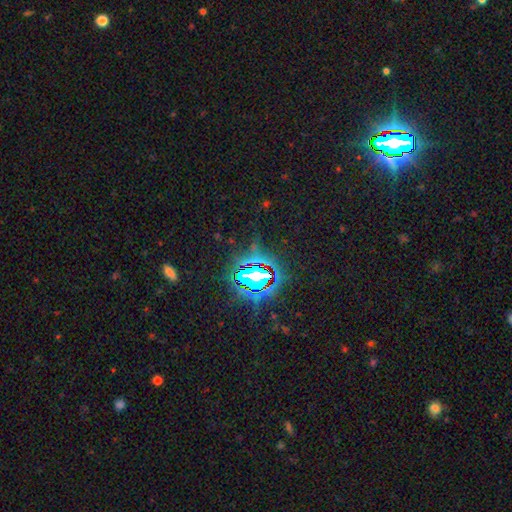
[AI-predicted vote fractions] This is clearly a star or artifact rather than a galaxy (84%).